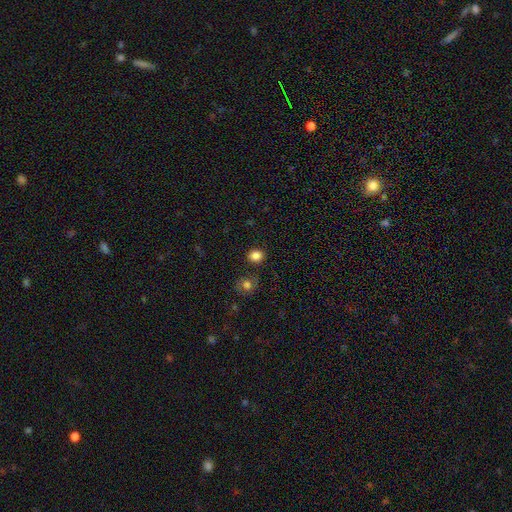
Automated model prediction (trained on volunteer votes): smooth 85%, star or artifact 10%, featured or disk 5%. Down the decision tree: how rounded — round (69%); merging — none (82%).